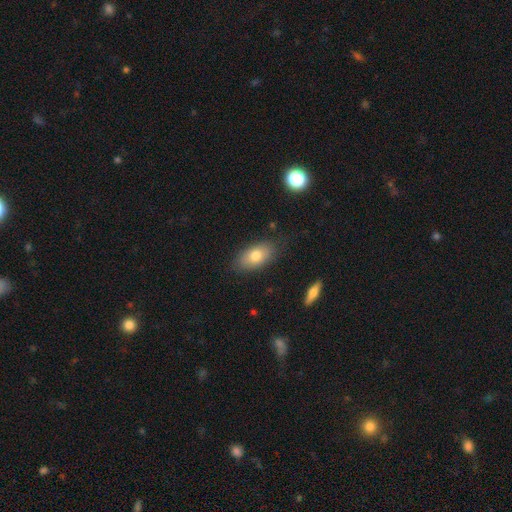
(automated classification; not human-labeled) smooth_or_featured: smooth (p=0.75) [alt: featured or disk p=0.17]
how_rounded: in between (p=0.90) [alt: round p=0.06]
merging: none (p=0.81) [alt: minor disturbance p=0.14]